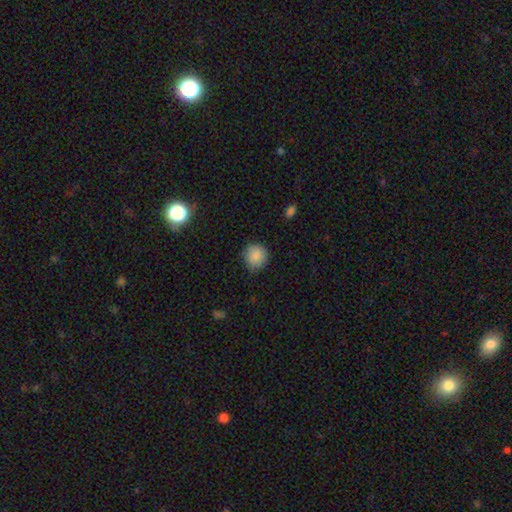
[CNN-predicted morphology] This appears to be a smooth galaxy with no disk features (87%) that is round (91%). Merging: none (82%).